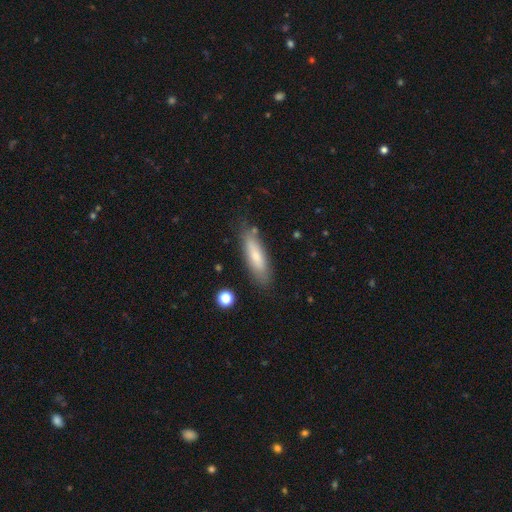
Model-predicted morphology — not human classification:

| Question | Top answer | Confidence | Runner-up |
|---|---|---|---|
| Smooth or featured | smooth | 71% | featured or disk (23%) |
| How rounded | cigar-shaped | 59% | in between (39%) |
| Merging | none | 78% | minor disturbance (15%) |